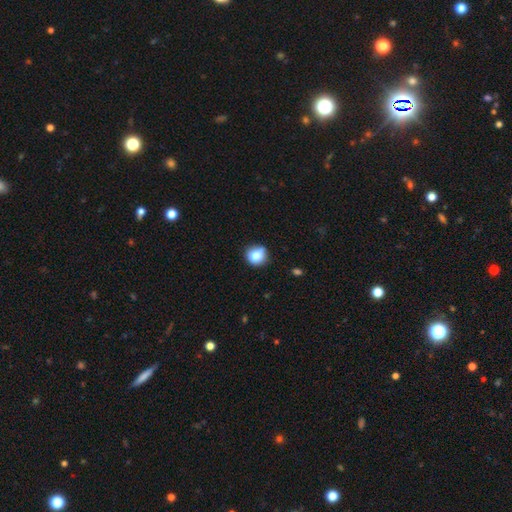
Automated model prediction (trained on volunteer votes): Smooth or featured?
  - smooth: 79% *
  - featured or disk: 11%
  - star or artifact: 10%
How rounded?
  - round: 85% *
  - in between: 14%
  - cigar-shaped: 1%
Merging?
  - none: 73% *
  - minor disturbance: 19%
  - major disturbance: 4%
  - merger: 4%